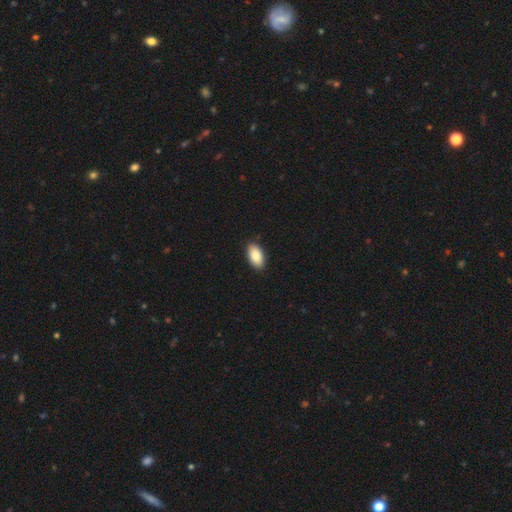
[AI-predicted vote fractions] smooth-or-featured: smooth: 89% | star or artifact: 6% | featured or disk: 5%
  how-rounded: in between: 95% | round: 3% | cigar-shaped: 3%
  merging: none: 90% | minor disturbance: 7% | major disturbance: 2% | merger: 1%